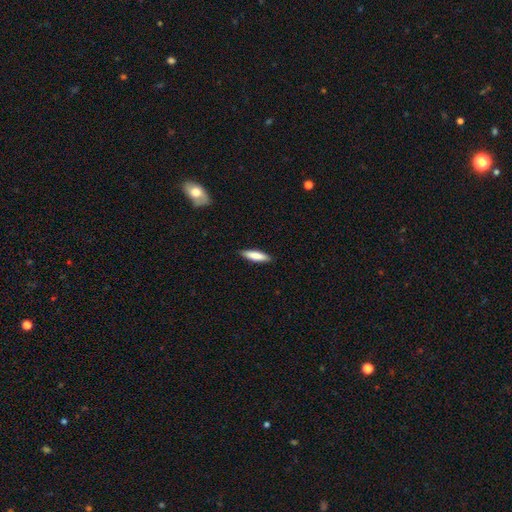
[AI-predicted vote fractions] smooth-or-featured: smooth: 82% | featured or disk: 13% | star or artifact: 5%
  how-rounded: cigar-shaped: 68% | in between: 31% | round: 1%
  merging: none: 89% | minor disturbance: 8% | major disturbance: 2% | merger: 1%